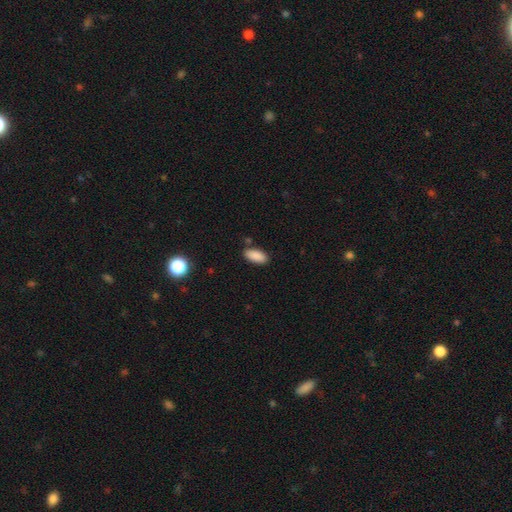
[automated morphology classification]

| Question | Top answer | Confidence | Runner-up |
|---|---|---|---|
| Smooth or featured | smooth | 89% | star or artifact (7%) |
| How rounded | in between | 90% | cigar-shaped (8%) |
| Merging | none | 84% | minor disturbance (11%) |